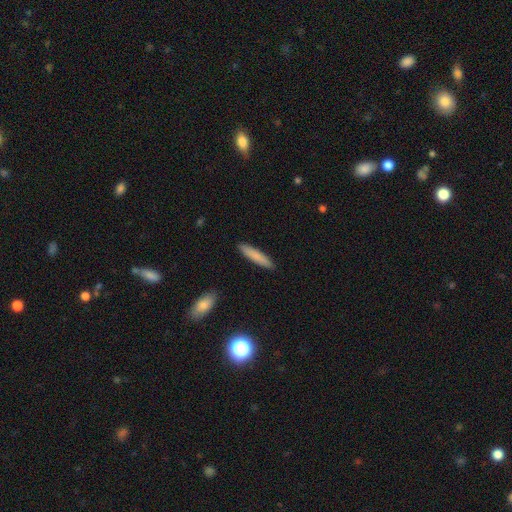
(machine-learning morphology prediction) smooth-or-featured: smooth: 82% | featured or disk: 11% | star or artifact: 6%
  how-rounded: cigar-shaped: 87% | in between: 12% | round: 1%
  merging: none: 90% | minor disturbance: 7% | major disturbance: 2% | merger: 1%